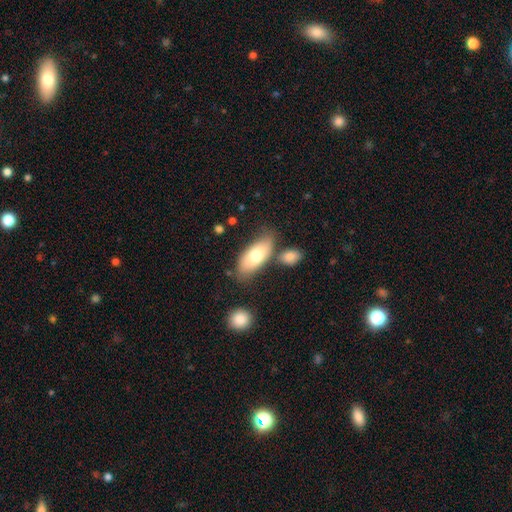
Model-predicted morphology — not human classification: Overall: smooth (73%). How rounded: in between (83%). Merging: none (69%).